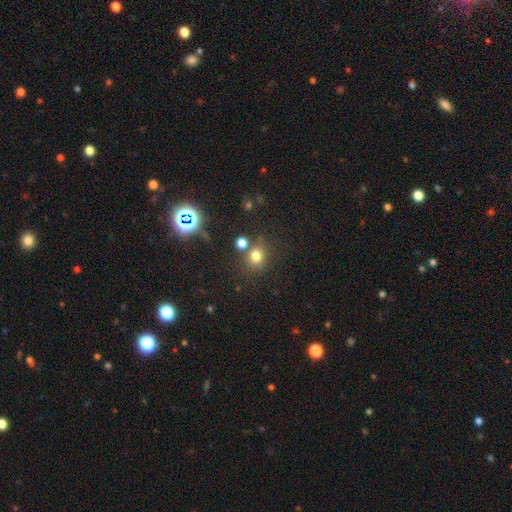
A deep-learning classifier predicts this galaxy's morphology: This appears to be a smooth galaxy with no disk features (73%) that is round (76%). Merging: none (68%).